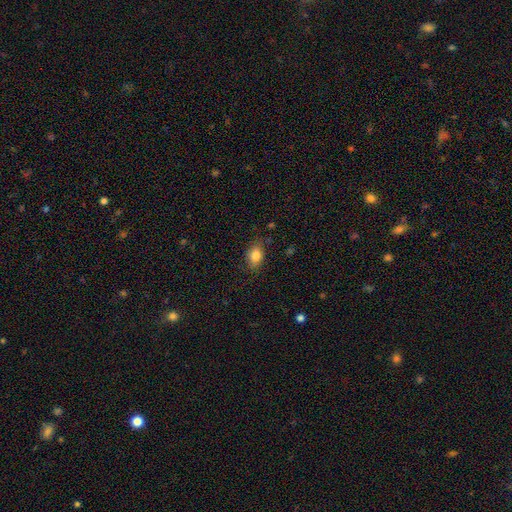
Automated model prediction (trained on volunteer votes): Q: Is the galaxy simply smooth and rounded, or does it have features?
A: smooth — 83%.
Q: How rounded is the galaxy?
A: in between — 79%.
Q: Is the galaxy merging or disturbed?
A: none — 80%.